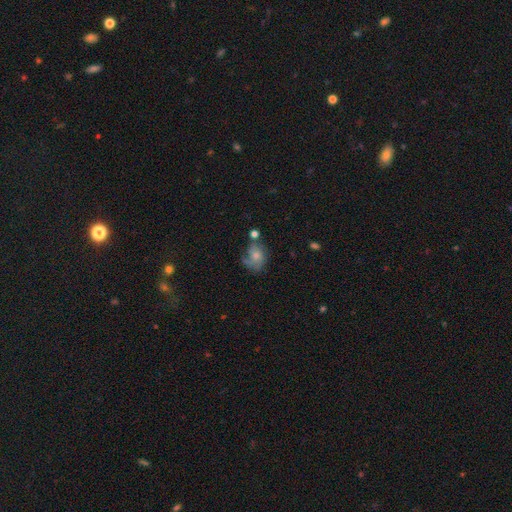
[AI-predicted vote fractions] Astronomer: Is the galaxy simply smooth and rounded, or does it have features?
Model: smooth — 50% (runner-up: featured or disk, 40%).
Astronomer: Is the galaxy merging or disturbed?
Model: none — 40% (runner-up: minor disturbance, 25%).